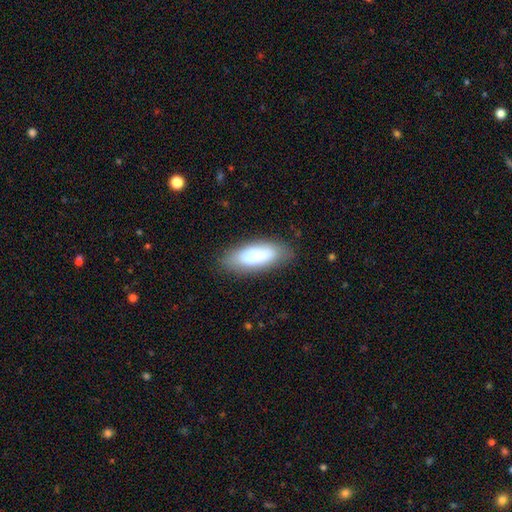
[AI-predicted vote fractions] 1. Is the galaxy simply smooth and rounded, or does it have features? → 80% smooth, 14% featured or disk, 7% star or artifact.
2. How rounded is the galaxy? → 73% in between, 24% cigar-shaped, 2% round.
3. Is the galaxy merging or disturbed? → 78% none, 16% minor disturbance, 4% major disturbance, 2% merger.